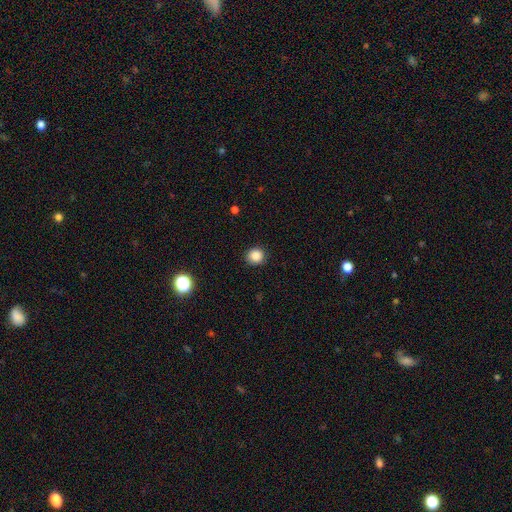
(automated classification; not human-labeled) smooth-or-featured: smooth: 86% | star or artifact: 11% | featured or disk: 3%
  how-rounded: round: 90% | in between: 9% | cigar-shaped: 1%
  merging: none: 90% | minor disturbance: 7% | major disturbance: 2% | merger: 1%